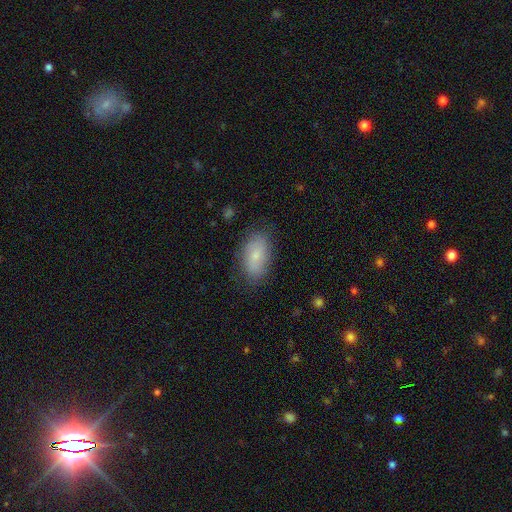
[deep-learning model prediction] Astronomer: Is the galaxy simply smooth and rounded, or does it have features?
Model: smooth — 74%.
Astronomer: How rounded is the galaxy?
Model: in between — 92%.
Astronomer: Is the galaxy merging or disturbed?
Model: none — 81%.